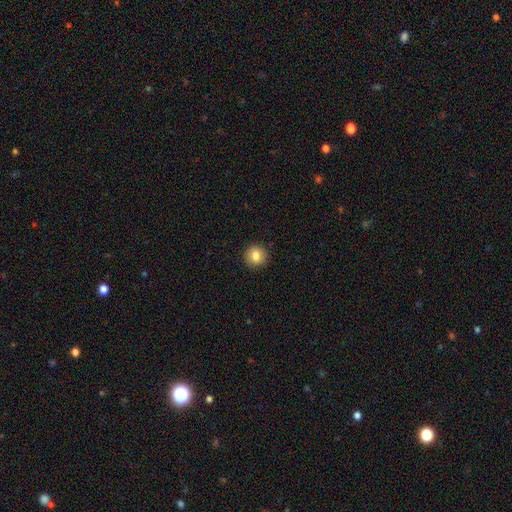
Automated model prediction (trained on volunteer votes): This appears to be a smooth galaxy with no disk features (83%) that is round (92%). Merging: none (92%).